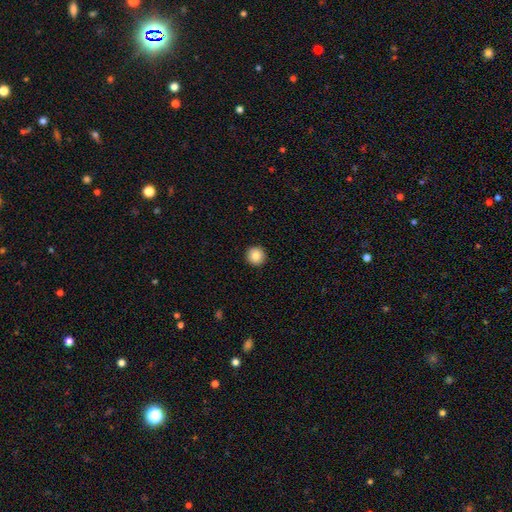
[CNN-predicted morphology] A smooth galaxy with no disk features (85%) that is round (96%). Merging: none (93%).